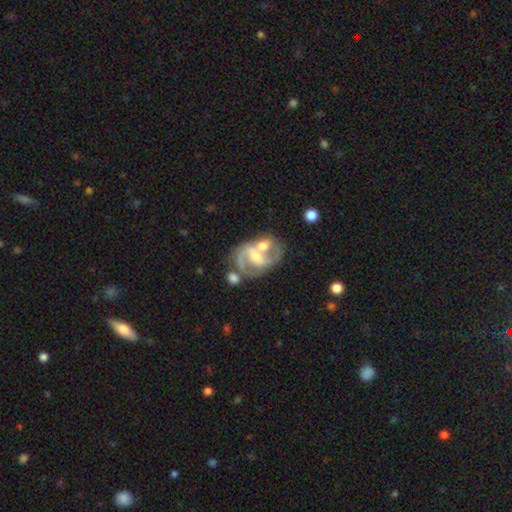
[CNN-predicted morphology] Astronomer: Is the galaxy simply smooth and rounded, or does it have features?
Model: featured or disk — 82%.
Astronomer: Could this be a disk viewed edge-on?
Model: no — 97%.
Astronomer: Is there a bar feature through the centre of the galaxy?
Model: weak — 41% (runner-up: strong, 33%).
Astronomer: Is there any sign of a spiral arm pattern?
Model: yes — 89%.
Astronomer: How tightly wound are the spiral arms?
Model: medium — 53%.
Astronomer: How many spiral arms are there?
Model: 2 — 81%.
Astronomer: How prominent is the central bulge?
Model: moderate — 47% (runner-up: small, 42%).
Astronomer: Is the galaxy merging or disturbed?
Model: none — 41% (runner-up: merger, 31%).